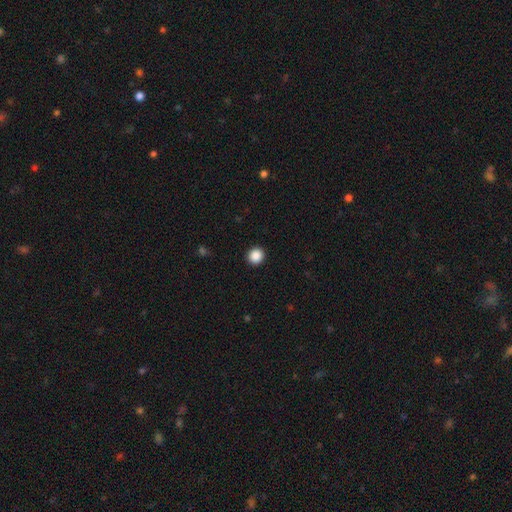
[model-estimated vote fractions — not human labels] Overall: smooth (88%). How rounded: round (91%). Merging: none (93%).